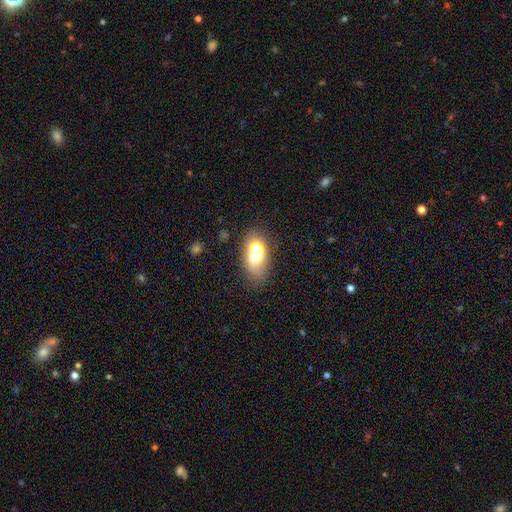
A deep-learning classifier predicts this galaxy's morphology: smooth_or_featured: smooth (p=0.60) [alt: featured or disk p=0.28]
how_rounded: in between (p=0.76) [alt: round p=0.21]
merging: none (p=0.42) [alt: merger p=0.41]